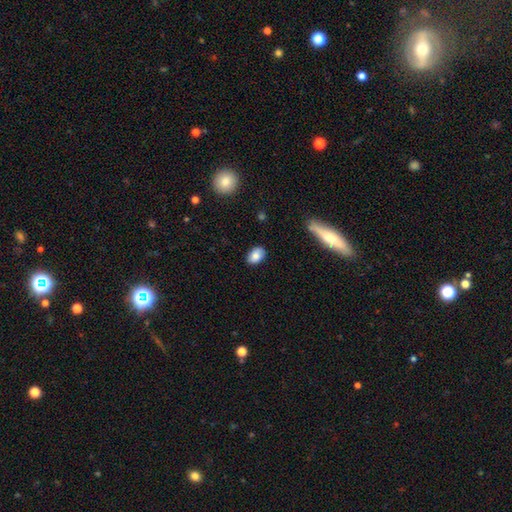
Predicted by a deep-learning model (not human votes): Morphology: type=smooth (83%); roundness=in between (85%); merging=none (85%).